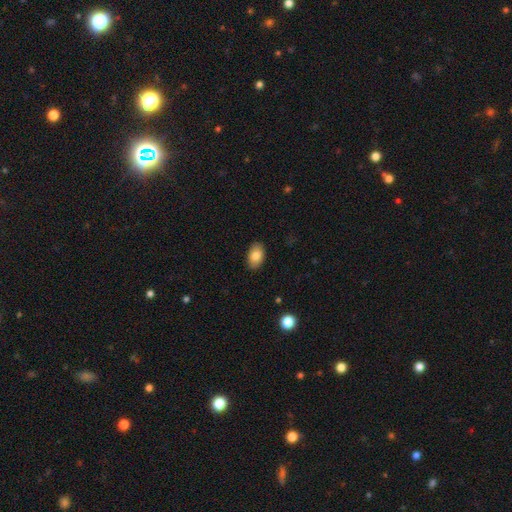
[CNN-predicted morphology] This is clearly a smooth galaxy (83%). How rounded: clearly in between (92%). Merging: clearly none (89%).